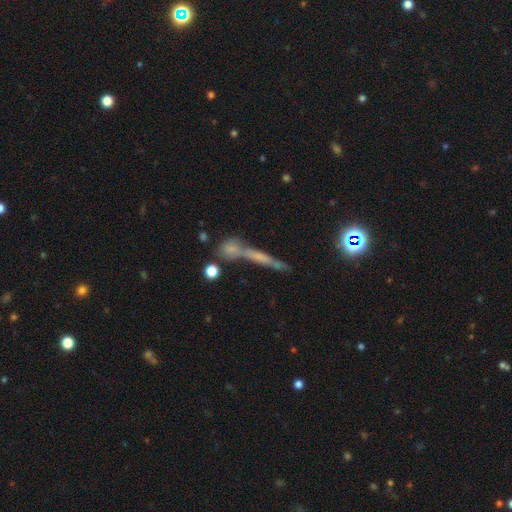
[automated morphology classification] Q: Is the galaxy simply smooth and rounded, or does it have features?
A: featured or disk — 42%.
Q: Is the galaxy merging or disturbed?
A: none — 53%.